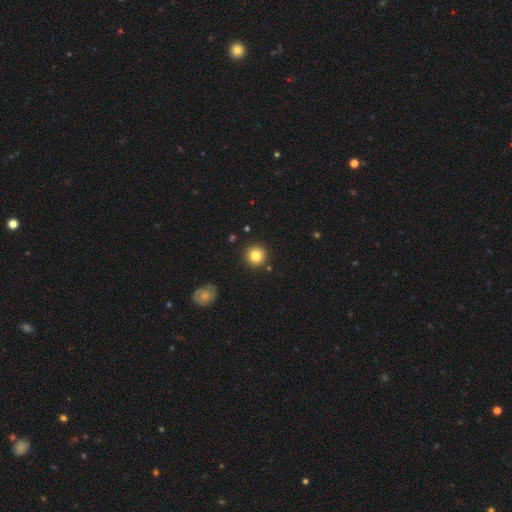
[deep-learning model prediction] Smooth or featured? Predicted: smooth (p=0.83). How rounded? Predicted: round (p=0.95). Merging? Predicted: none (p=0.90).